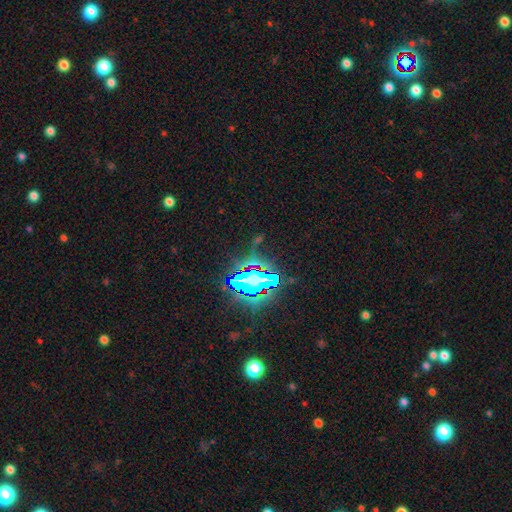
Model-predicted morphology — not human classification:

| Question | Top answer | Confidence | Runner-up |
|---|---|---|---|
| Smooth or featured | star or artifact | 80% | smooth (11%) |